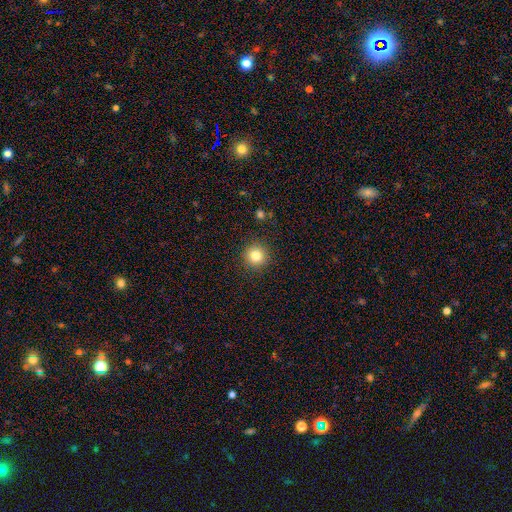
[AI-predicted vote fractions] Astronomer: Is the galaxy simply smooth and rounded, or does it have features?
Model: smooth — 82%.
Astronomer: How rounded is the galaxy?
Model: round — 95%.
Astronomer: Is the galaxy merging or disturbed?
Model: none — 91%.